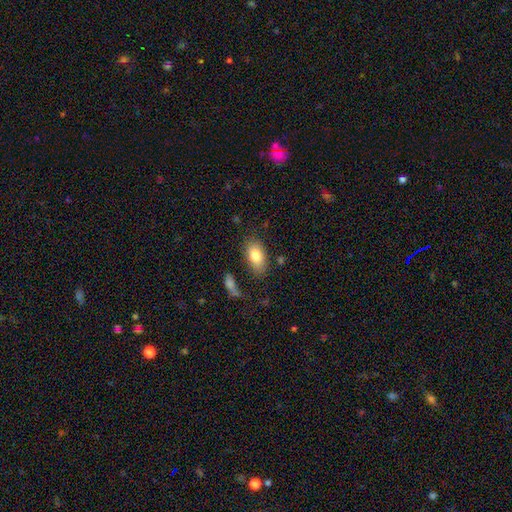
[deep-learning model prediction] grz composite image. It shows a smooth galaxy with no disk features (81%) that is in between round and cigar-shaped (91%). Merging: none (78%).